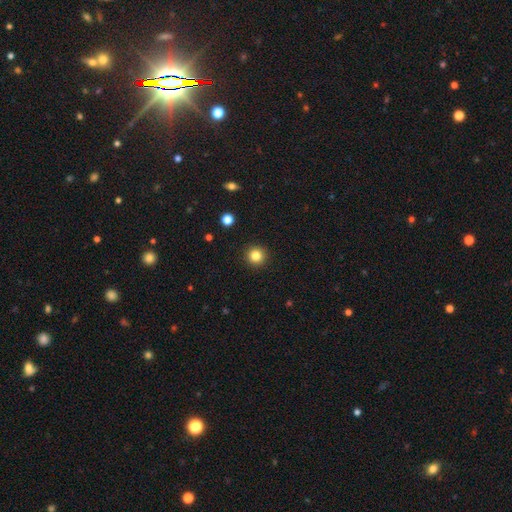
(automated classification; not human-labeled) Smooth or featured: smooth — 83% (star or artifact — 12%)
How rounded: round — 95% (in between — 4%)
Merging: none — 93% (minor disturbance — 5%)